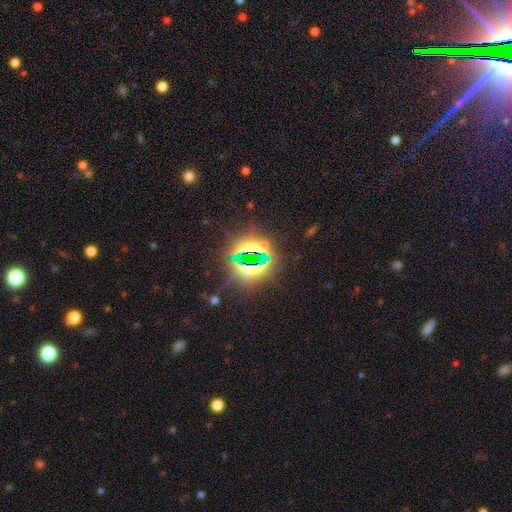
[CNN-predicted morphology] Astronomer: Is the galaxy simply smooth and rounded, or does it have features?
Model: star or artifact — 82%.